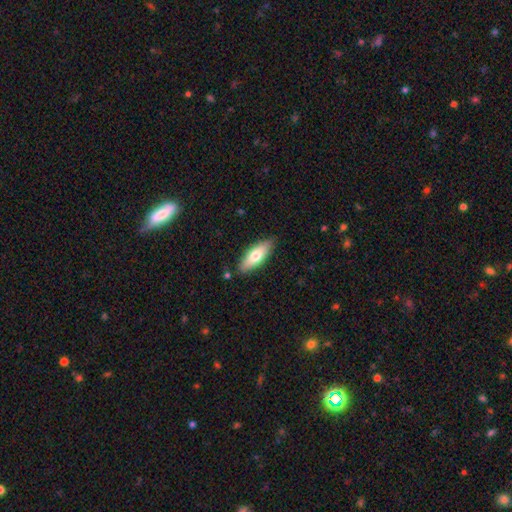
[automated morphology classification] smooth-or-featured: smooth: 69% | featured or disk: 25% | star or artifact: 6%
  how-rounded: in between: 64% | cigar-shaped: 34% | round: 2%
  merging: none: 85% | minor disturbance: 11% | major disturbance: 2% | merger: 2%